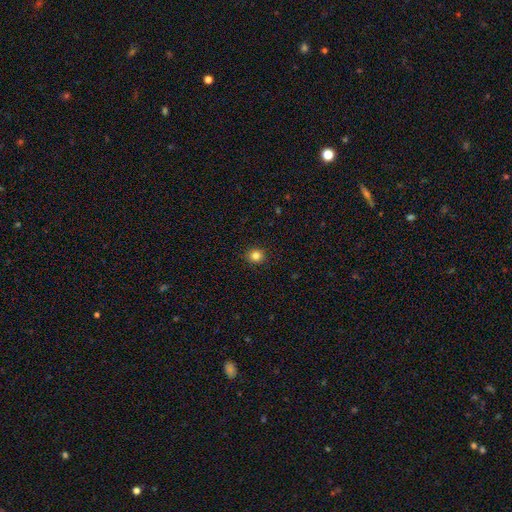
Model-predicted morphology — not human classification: type=smooth (83%); roundness=round (89%); merging=none (92%).